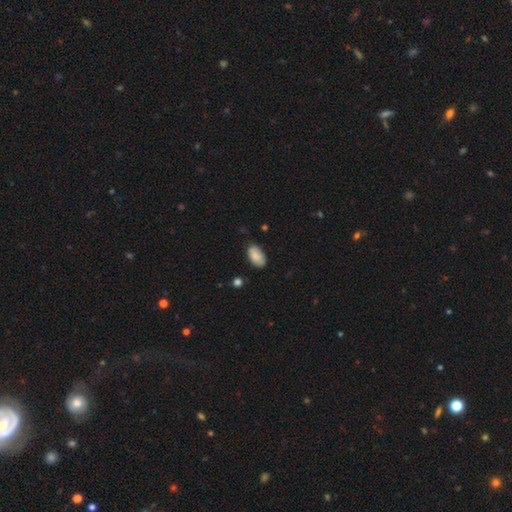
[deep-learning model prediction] smooth-or-featured: smooth: 82% | featured or disk: 11% | star or artifact: 7%
  how-rounded: in between: 95% | round: 3% | cigar-shaped: 2%
  merging: none: 76% | minor disturbance: 19% | major disturbance: 3% | merger: 2%